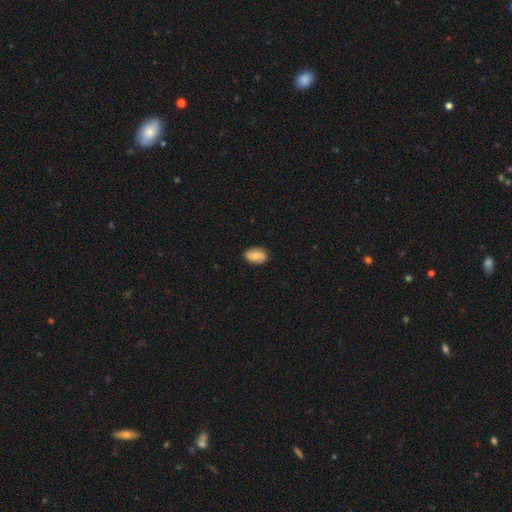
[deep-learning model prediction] Smooth or featured? Predicted: smooth (p=0.71). How rounded? Predicted: in between (p=0.88). Merging? Predicted: none (p=0.85).